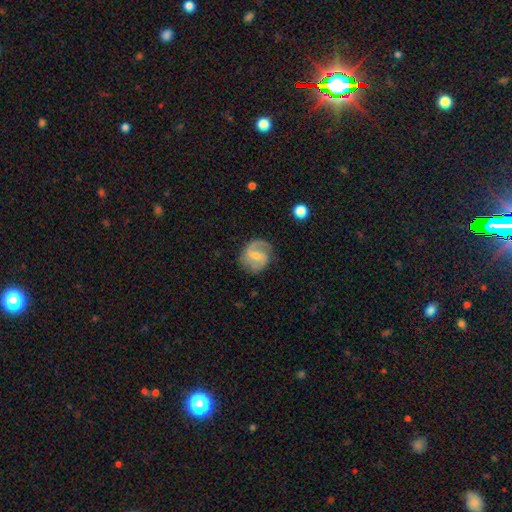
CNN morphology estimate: A featured or disk galaxy (67%) with a weak bar (56%), 2 (82%) medium (47%) spiral arms (89%) and a small central bulge (46%). Merging: none (75%).